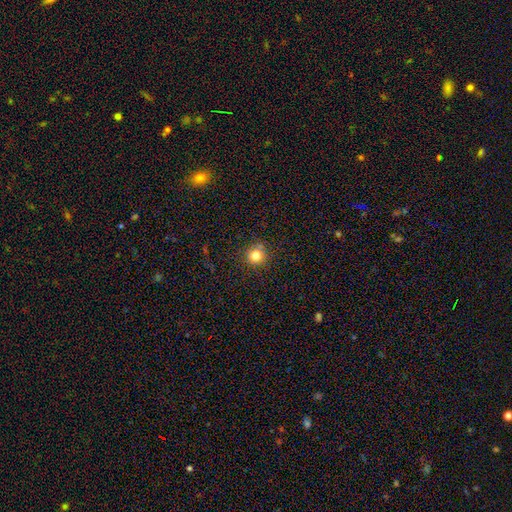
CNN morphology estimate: A smooth galaxy with no disk features (81%) that is round (93%).

Vote fractions:
- Smooth or featured? smooth: 81% / star or artifact: 13% / featured or disk: 6%
- How rounded? round: 93% / in between: 6% / cigar-shaped: 1%
- Merging? none: 83% / minor disturbance: 10% / merger: 4% / major disturbance: 3%